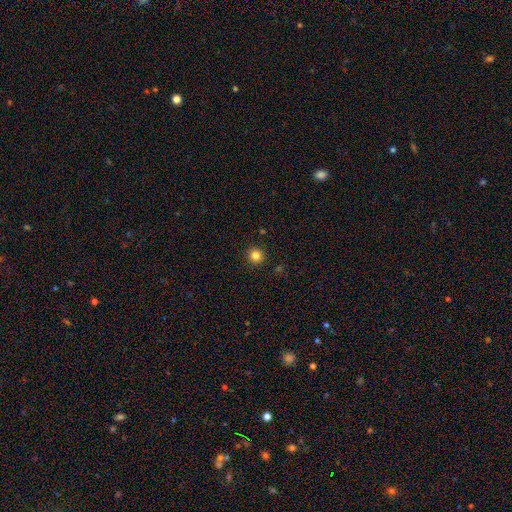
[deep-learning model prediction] smooth_or_featured: smooth (p=0.83) [alt: star or artifact p=0.13]
how_rounded: round (p=0.95) [alt: in between p=0.04]
merging: none (p=0.93) [alt: minor disturbance p=0.05]